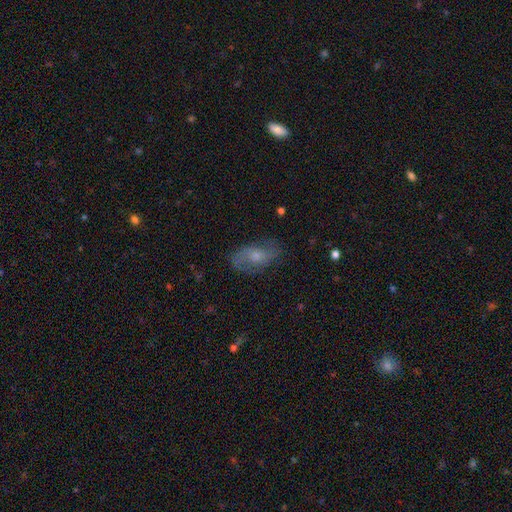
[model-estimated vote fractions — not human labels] Smooth or featured? featured or disk (56%)
Edge-on disk? no (93%)
Bar? no (64%)
Spiral arms? yes (80%)
Bulge size? moderate (49%)
Merging? none (72%)